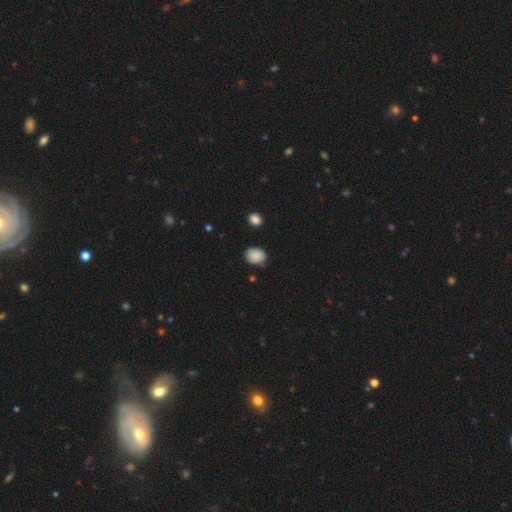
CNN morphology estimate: This appears to be a smooth galaxy with no disk features (87%) that is in between round and cigar-shaped (50%). Merging: none (75%).